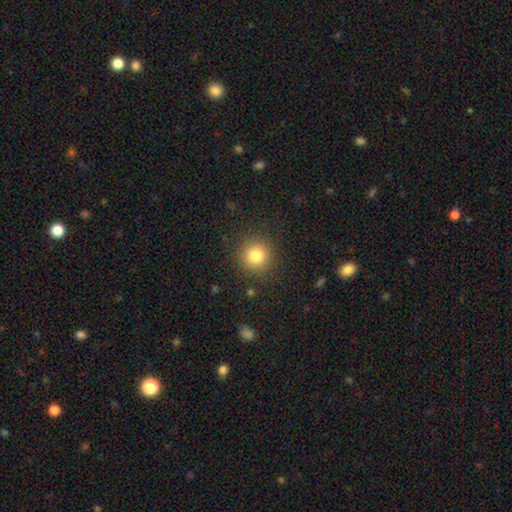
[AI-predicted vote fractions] smooth 80%, star or artifact 13%, featured or disk 7%. Down the decision tree: how rounded — round (94%); merging — none (89%).